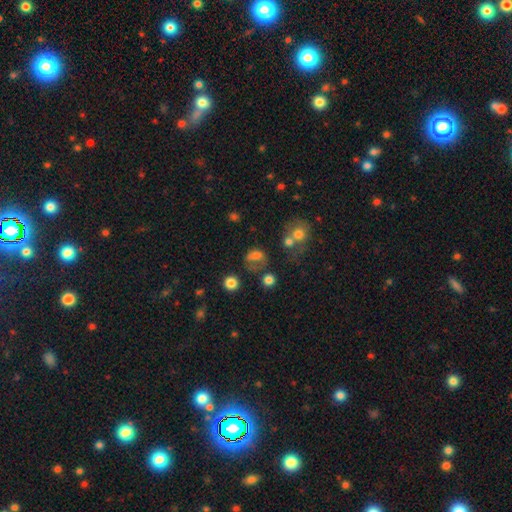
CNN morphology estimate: Smooth or featured? smooth (66%)
How rounded? in between (52%)
Merging? none (38%)